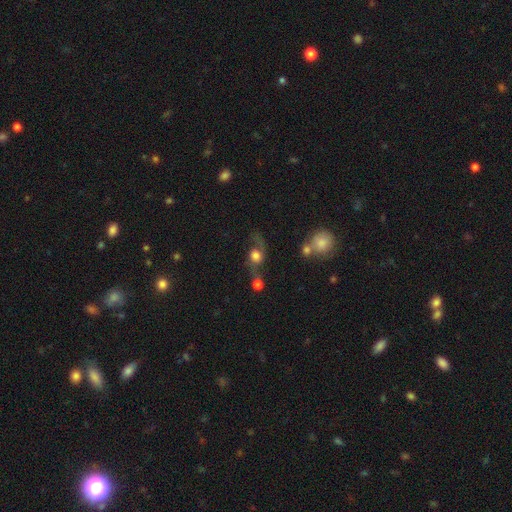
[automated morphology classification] The model was most divided on "smooth or featured": featured or disk: 45%, smooth: 42%, star or artifact: 13%. Remaining: merging — none (36%).